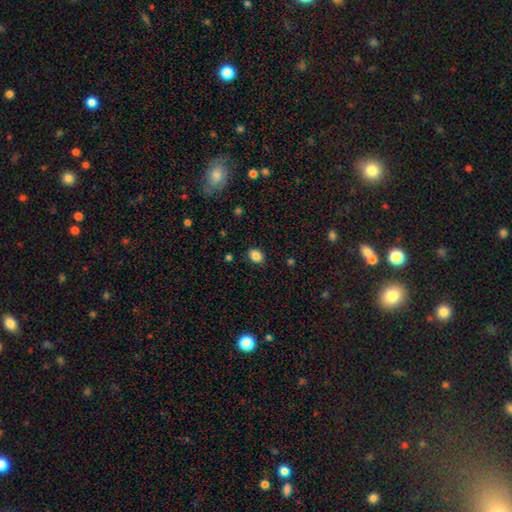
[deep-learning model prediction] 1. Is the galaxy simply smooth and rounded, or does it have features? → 85% smooth, 10% star or artifact, 5% featured or disk.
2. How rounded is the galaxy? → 62% in between, 37% round, 1% cigar-shaped.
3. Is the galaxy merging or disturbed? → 86% none, 10% minor disturbance, 3% major disturbance, 1% merger.